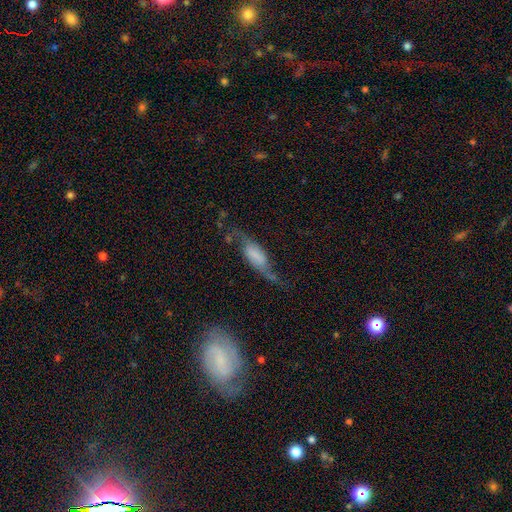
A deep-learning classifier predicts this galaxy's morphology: Smooth or featured? featured or disk (68%)
Edge-on disk? no (80%)
Bar? no (35%)
Spiral arms? yes (90%)
Bulge size? none (51%)
Merging? none (53%)